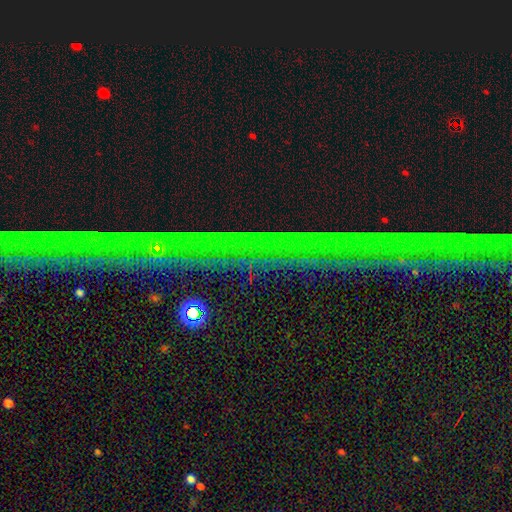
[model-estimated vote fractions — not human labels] star or artifact 79%, featured or disk 13%, smooth 9%.